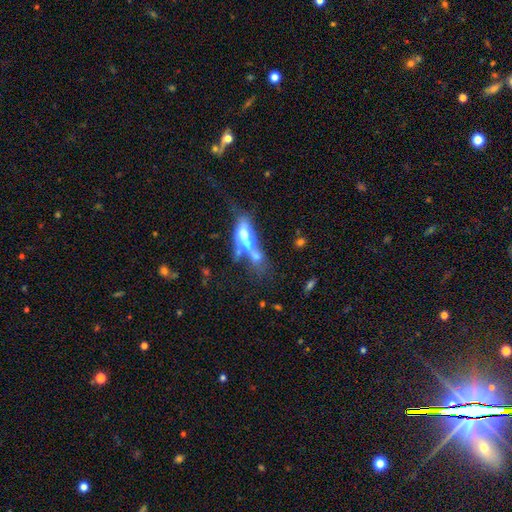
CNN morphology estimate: Smooth or featured? Predicted: smooth (p=0.48). Merging? Predicted: merger (p=0.60).